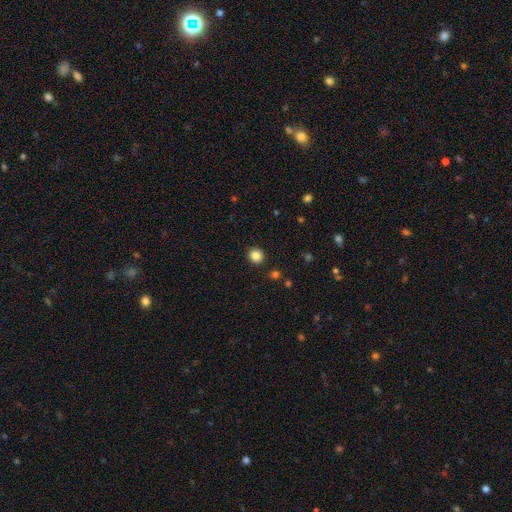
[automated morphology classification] Smooth or featured? smooth (86%)
How rounded? round (89%)
Merging? none (91%)